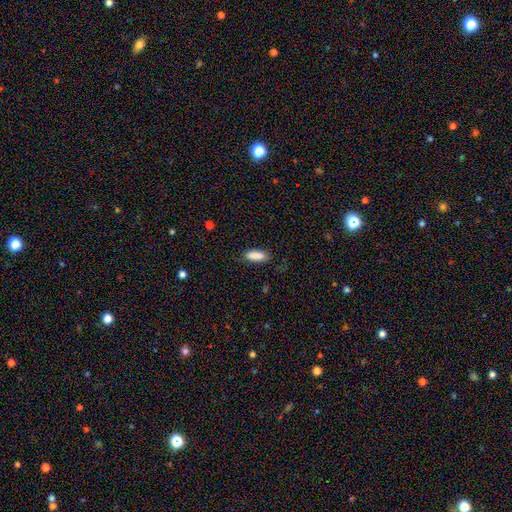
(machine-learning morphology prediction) type=smooth (88%); roundness=in between (72%); merging=none (80%).